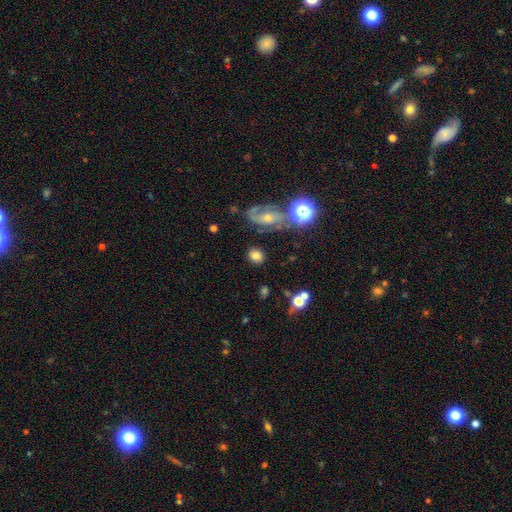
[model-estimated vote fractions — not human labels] Smooth or featured?
  - smooth: 74% *
  - featured or disk: 14%
  - star or artifact: 13%
How rounded?
  - round: 53% *
  - in between: 45%
  - cigar-shaped: 2%
Merging?
  - none: 80% *
  - minor disturbance: 11%
  - major disturbance: 5%
  - merger: 4%